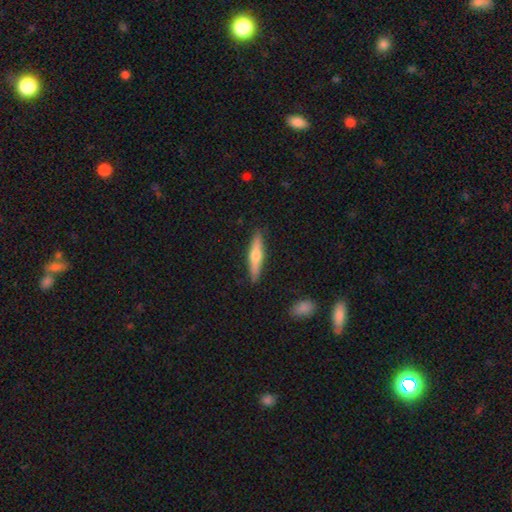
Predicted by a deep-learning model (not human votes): Smooth or featured? smooth (48%)
Merging? none (88%)